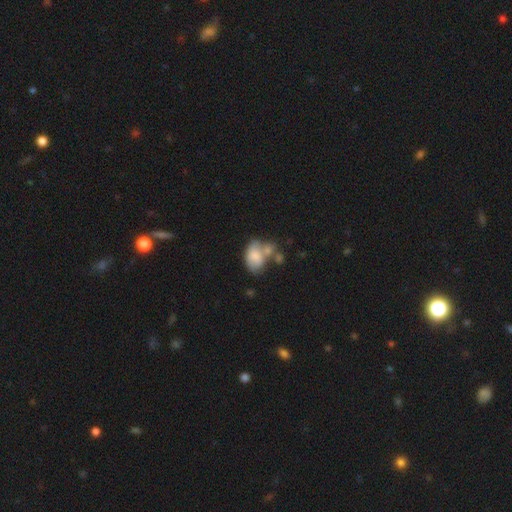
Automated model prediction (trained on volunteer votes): A smooth galaxy with no disk features (71%) that is in between round and cigar-shaped (83%). Merging: merger (44%).